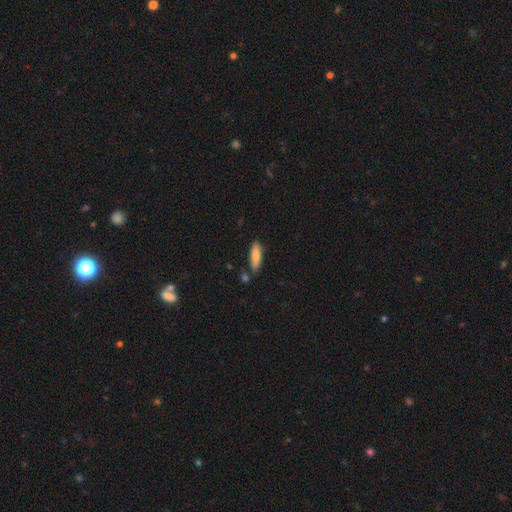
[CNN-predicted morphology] Smooth or featured: smooth — 83% (featured or disk — 11%)
How rounded: cigar-shaped — 56% (in between — 42%)
Merging: none — 78% (minor disturbance — 13%)